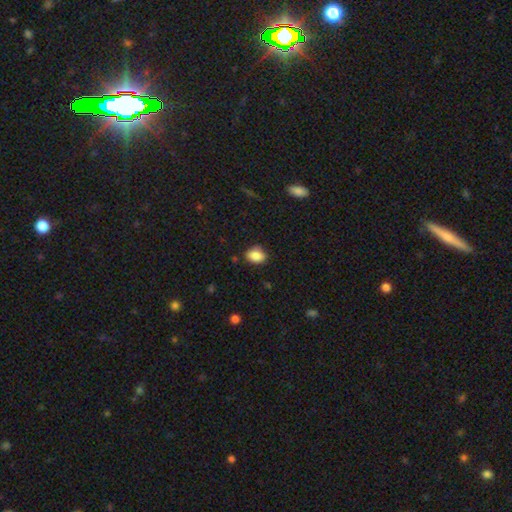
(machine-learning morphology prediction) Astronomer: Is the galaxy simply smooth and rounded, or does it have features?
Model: smooth — 86%.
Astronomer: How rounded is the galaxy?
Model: in between — 67%.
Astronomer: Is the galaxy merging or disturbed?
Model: none — 78%.